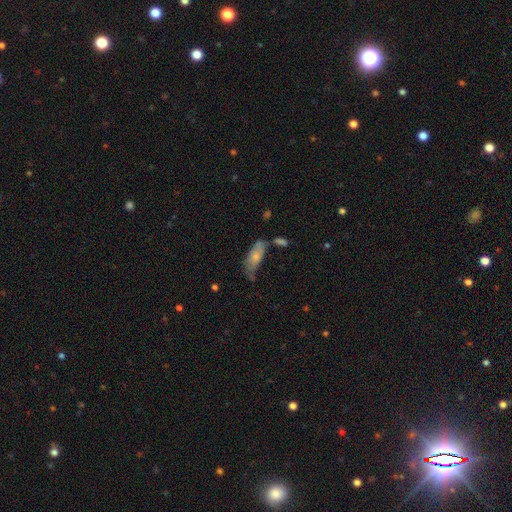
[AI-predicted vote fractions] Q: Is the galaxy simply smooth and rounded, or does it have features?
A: smooth — 66%.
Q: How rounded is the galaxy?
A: in between — 73%.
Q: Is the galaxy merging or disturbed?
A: none — 44%.